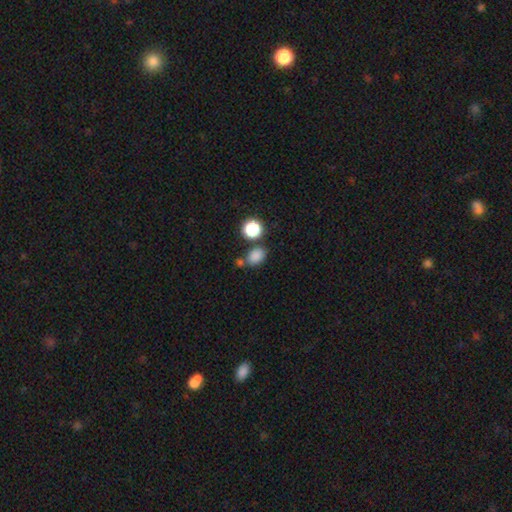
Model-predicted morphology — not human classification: A smooth galaxy with no disk features (83%) that is in between round and cigar-shaped (67%).

Vote fractions:
- Smooth or featured? smooth: 83% / star or artifact: 13% / featured or disk: 5%
- How rounded? in between: 67% / round: 32% / cigar-shaped: 1%
- Merging? none: 66% / merger: 17% / minor disturbance: 12% / major disturbance: 4%